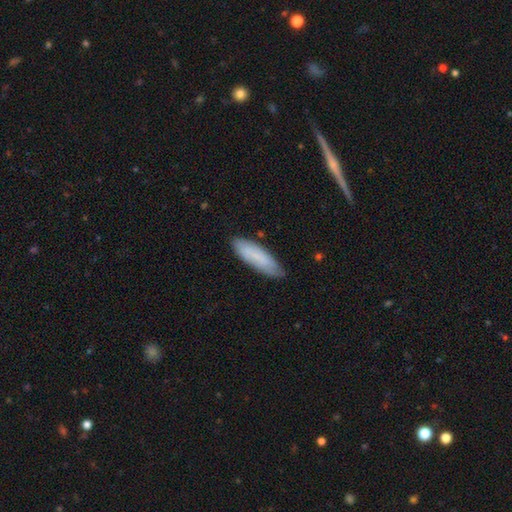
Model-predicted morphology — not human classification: smooth_or_featured: smooth (p=0.73) [alt: featured or disk p=0.20]
how_rounded: in between (p=0.50) [alt: cigar-shaped p=0.48]
merging: none (p=0.77) [alt: minor disturbance p=0.18]